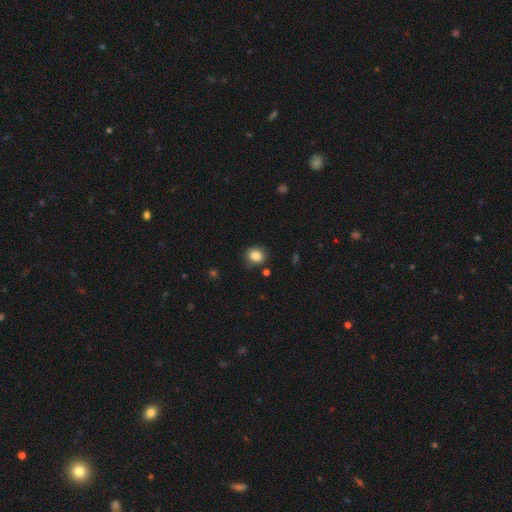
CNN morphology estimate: This is clearly a smooth galaxy (85%). How rounded: likely round (71%). Merging: clearly none (81%).